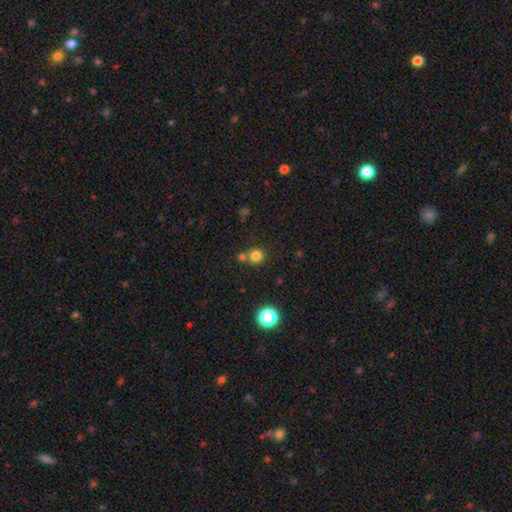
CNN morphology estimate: smooth_or_featured: smooth (p=0.79) [alt: star or artifact p=0.15]
how_rounded: round (p=0.91) [alt: in between p=0.08]
merging: none (p=0.64) [alt: merger p=0.25]